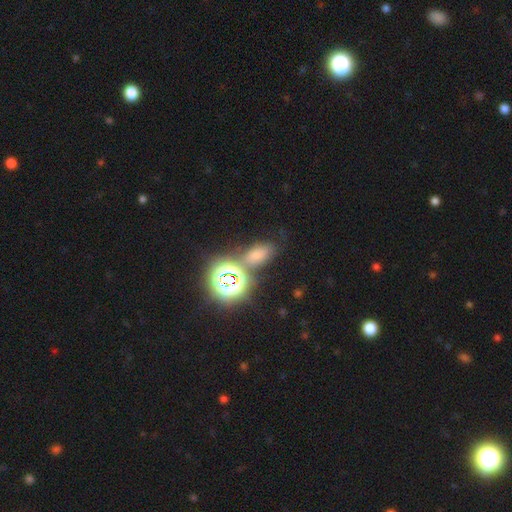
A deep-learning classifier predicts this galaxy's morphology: This is possibly a smooth galaxy (54%). How rounded: clearly in between (80%). Merging: likely none (64%).